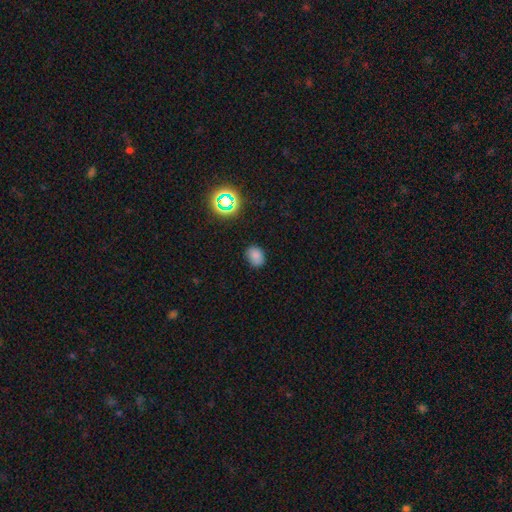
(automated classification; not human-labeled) This is likely a smooth galaxy (78%). How rounded: likely in between (69%). Merging: clearly none (81%).